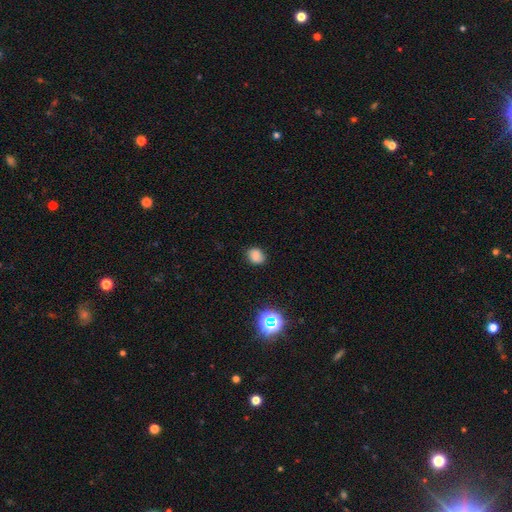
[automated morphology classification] This is clearly a smooth galaxy (81%). How rounded: possibly in between (51%). Merging: clearly none (81%).